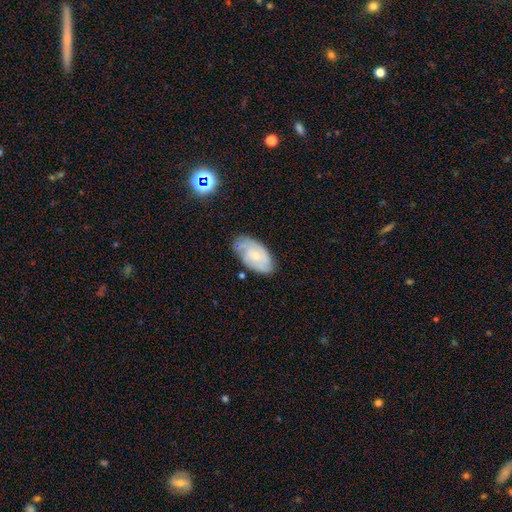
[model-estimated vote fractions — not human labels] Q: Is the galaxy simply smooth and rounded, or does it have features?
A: featured or disk — 59%.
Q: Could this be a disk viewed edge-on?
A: no — 94%.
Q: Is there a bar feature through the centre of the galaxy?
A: no — 68%.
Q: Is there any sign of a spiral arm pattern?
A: yes — 84%.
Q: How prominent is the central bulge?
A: small — 65%.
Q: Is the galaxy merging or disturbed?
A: none — 66%.